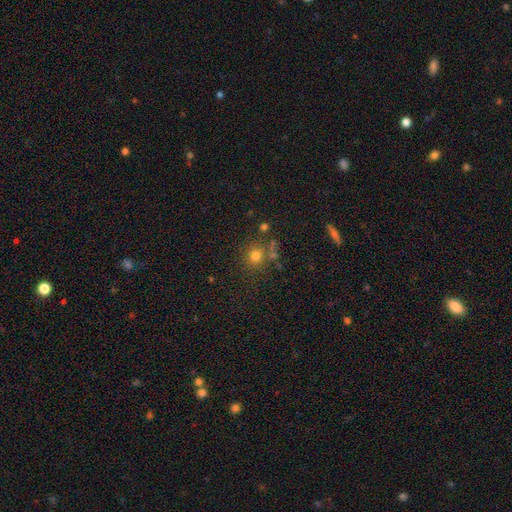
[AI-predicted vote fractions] Q: Smooth or featured?
A: smooth (74%); runner-up: star or artifact (18%)
Q: How rounded?
A: round (89%); runner-up: in between (10%)
Q: Merging?
A: none (74%); runner-up: minor disturbance (11%)